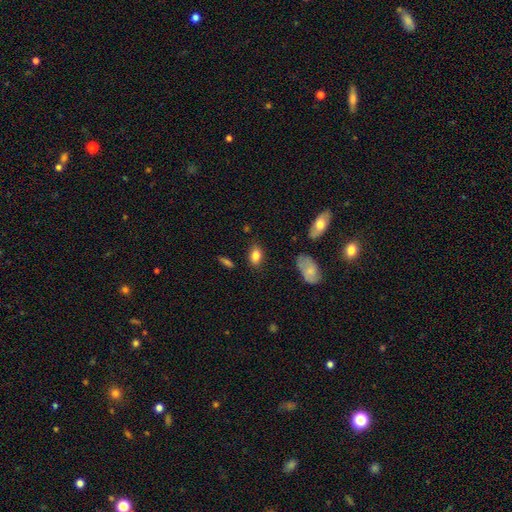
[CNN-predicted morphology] smooth_or_featured: smooth (p=0.83) [alt: featured or disk p=0.09]
how_rounded: in between (p=0.88) [alt: round p=0.10]
merging: none (p=0.82) [alt: minor disturbance p=0.13]